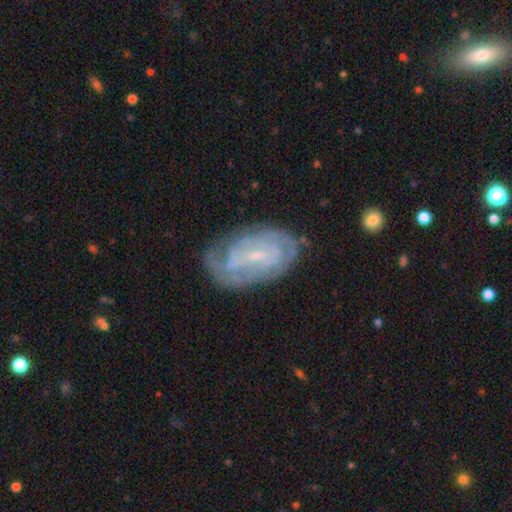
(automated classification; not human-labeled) The model was most divided on "spiral arm count": can't tell: 40%, 2: 29%, 3: 14%, 4: 8%, 1: 5%, more than 4: 5%. More confident: edge-on disk — no (96%); spiral arms — yes (92%); smooth or featured — featured or disk (82%); bulge size — small (75%); merging — none (70%); spiral winding — tight (65%); bar — weak (52%).